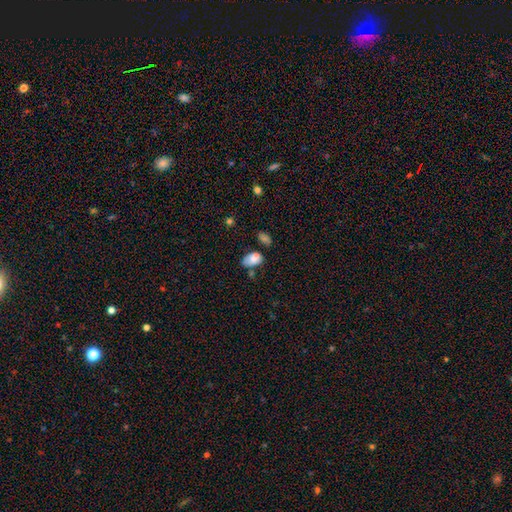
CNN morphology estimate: Q: Smooth or featured?
A: smooth (79%); runner-up: featured or disk (11%)
Q: How rounded?
A: in between (91%); runner-up: round (7%)
Q: Merging?
A: none (48%); runner-up: minor disturbance (27%)